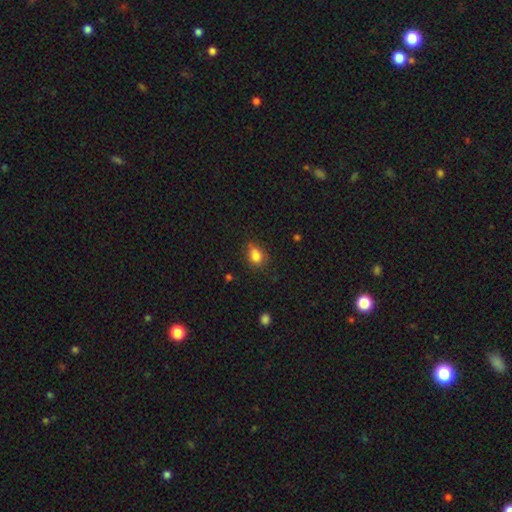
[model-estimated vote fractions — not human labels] Overall: smooth (82%). How rounded: in between (63%; round 35%). Merging: none (64%; minor disturbance 27%).